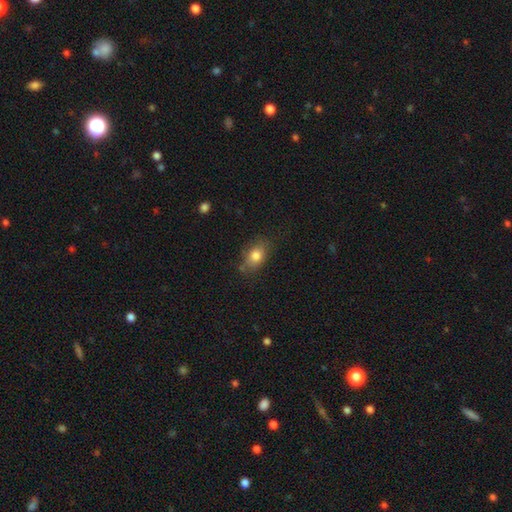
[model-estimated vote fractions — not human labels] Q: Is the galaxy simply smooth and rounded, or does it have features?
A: smooth — 81%.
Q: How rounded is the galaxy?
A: in between — 77%.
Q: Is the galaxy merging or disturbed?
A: none — 71%.